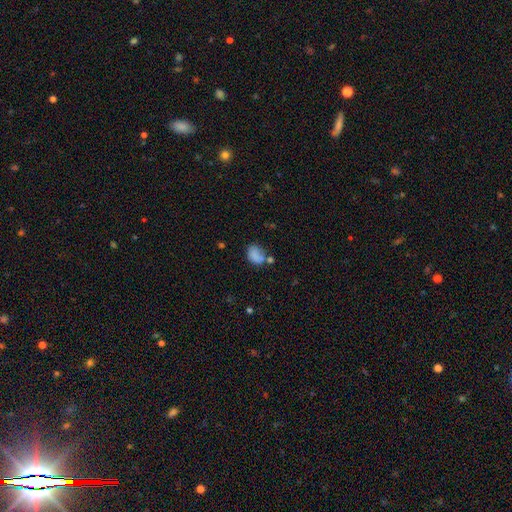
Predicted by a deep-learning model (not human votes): Smooth or featured? smooth (78%)
How rounded? in between (64%)
Merging? none (46%)